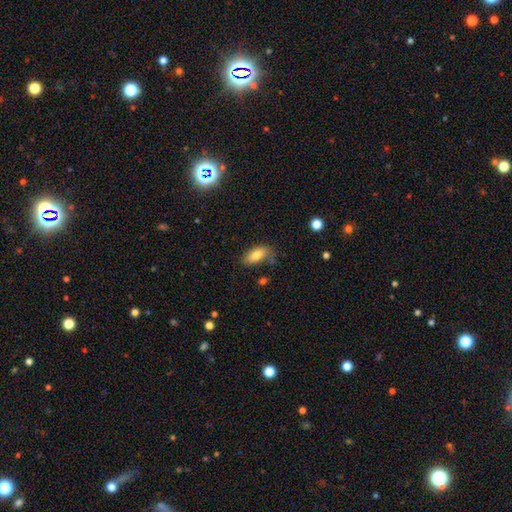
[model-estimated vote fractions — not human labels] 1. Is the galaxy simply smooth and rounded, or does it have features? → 78% smooth, 14% featured or disk, 8% star or artifact.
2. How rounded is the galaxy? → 89% in between, 8% cigar-shaped, 3% round.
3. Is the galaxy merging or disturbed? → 58% none, 27% minor disturbance, 10% major disturbance, 5% merger.